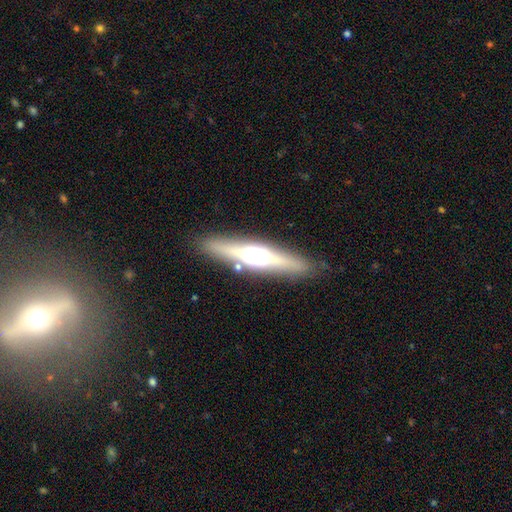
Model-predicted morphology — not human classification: Smooth or featured: featured or disk — 66% (smooth — 26%)
Edge-on disk: yes — 94% (no — 6%)
Edge-on bulge: rounded — 91% (boxy — 7%)
Merging: none — 86% (minor disturbance — 9%)